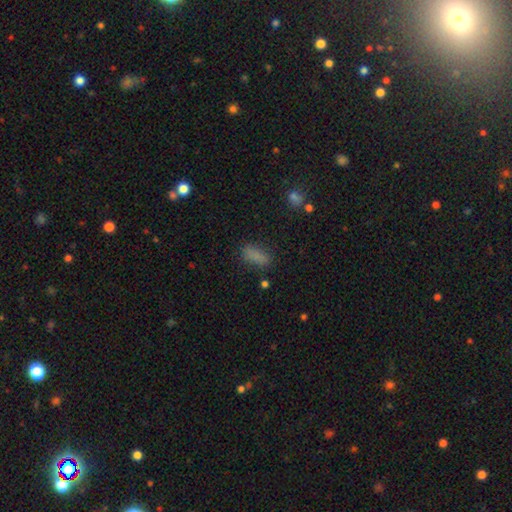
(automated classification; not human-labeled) smooth_or_featured: smooth (p=0.81) [alt: star or artifact p=0.12]
how_rounded: in between (p=0.72) [alt: cigar-shaped p=0.24]
merging: none (p=0.74) [alt: minor disturbance p=0.17]